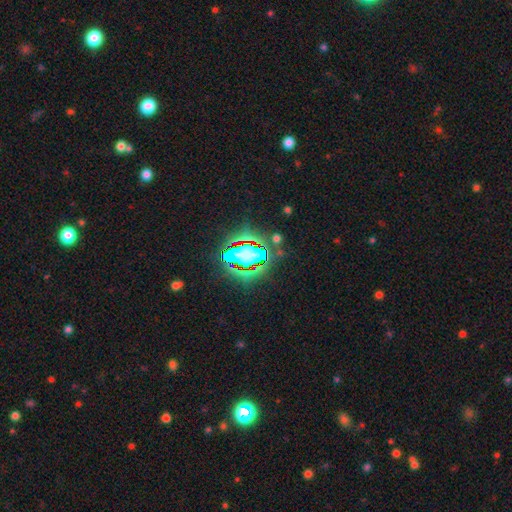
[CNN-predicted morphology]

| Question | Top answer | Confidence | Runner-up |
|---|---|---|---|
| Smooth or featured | star or artifact | 78% | smooth (12%) |